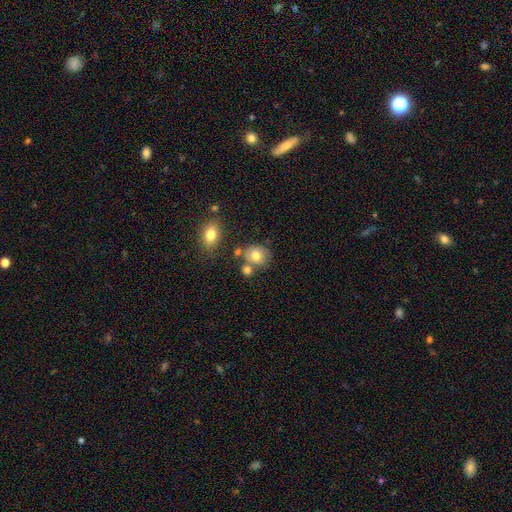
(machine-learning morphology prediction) type=smooth (77%); roundness=round (67%); merging=none (60%).